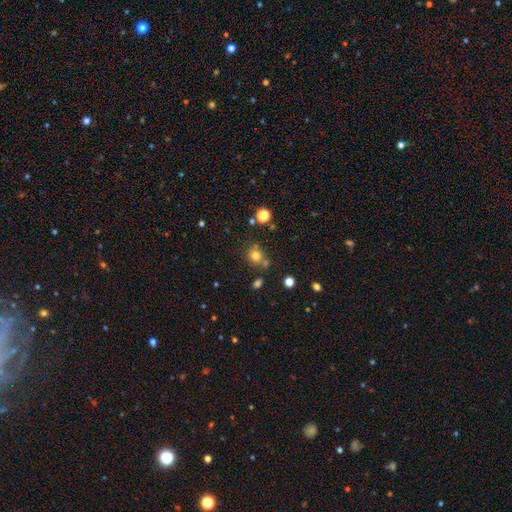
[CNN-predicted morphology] This appears to be a smooth galaxy with no disk features (76%) that is round (78%). Merging: none (65%).